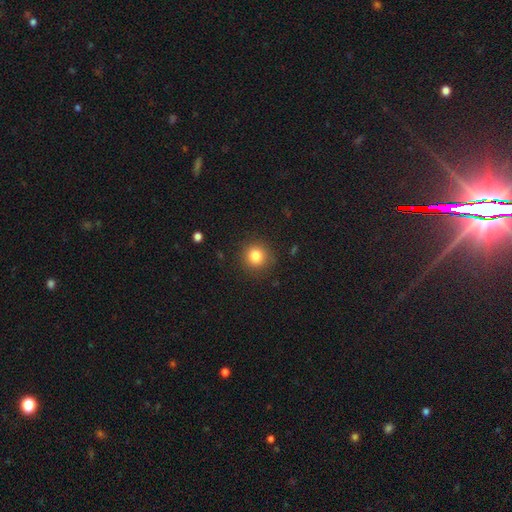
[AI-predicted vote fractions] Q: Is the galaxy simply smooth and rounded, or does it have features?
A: smooth — 83%.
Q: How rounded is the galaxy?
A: round — 93%.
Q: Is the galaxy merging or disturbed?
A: none — 89%.